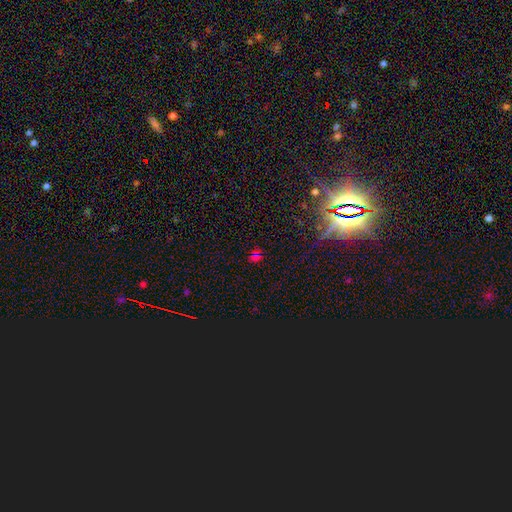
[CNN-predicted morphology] Overall: star or artifact (56%; smooth 35%).